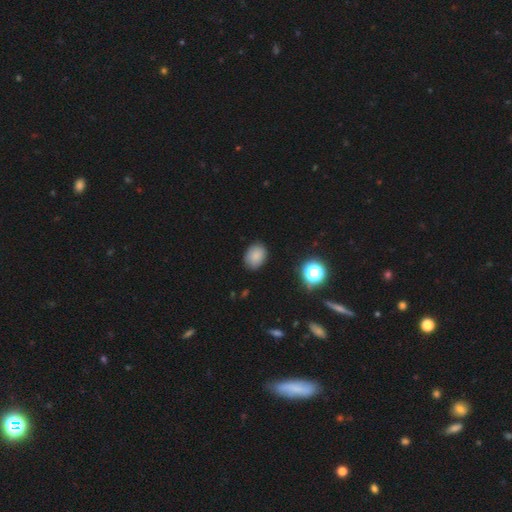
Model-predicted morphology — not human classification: This is clearly a smooth galaxy (84%). How rounded: likely in between (65%). Merging: clearly none (83%).